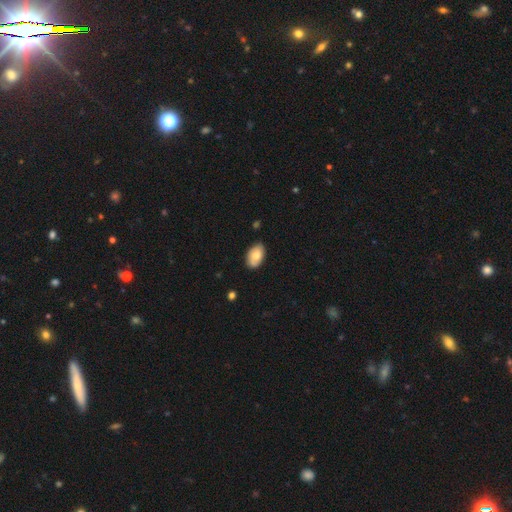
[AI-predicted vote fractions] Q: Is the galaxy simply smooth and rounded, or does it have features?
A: smooth — 75%.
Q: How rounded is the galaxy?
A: in between — 94%.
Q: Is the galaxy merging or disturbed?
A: none — 80%.